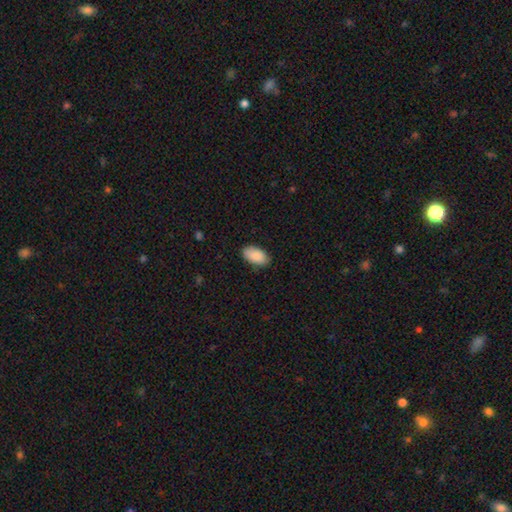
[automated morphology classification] The model was most divided on "merging": none: 86%, minor disturbance: 11%, major disturbance: 2%, merger: 1%. More confident: how rounded — in between (95%); smooth or featured — smooth (90%).